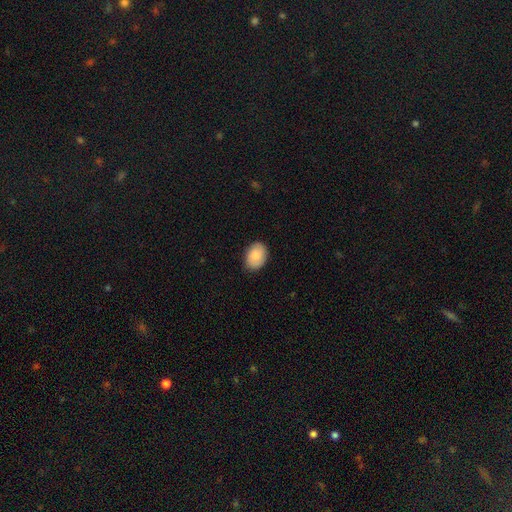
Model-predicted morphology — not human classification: Smooth or featured? Predicted: smooth (p=0.84). How rounded? Predicted: in between (p=0.77). Merging? Predicted: none (p=0.83).